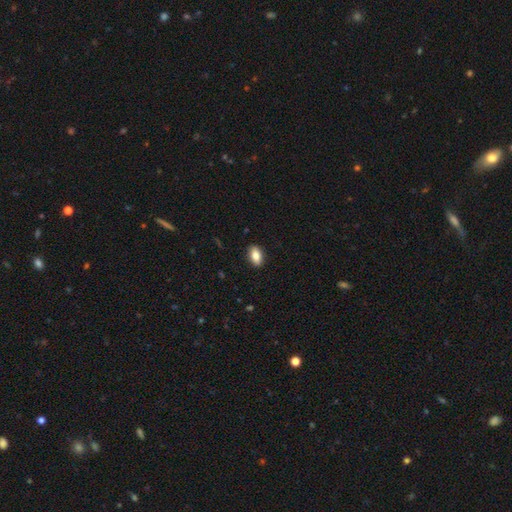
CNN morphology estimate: Smooth or featured? Predicted: smooth (p=0.81). How rounded? Predicted: in between (p=0.89). Merging? Predicted: none (p=0.89).